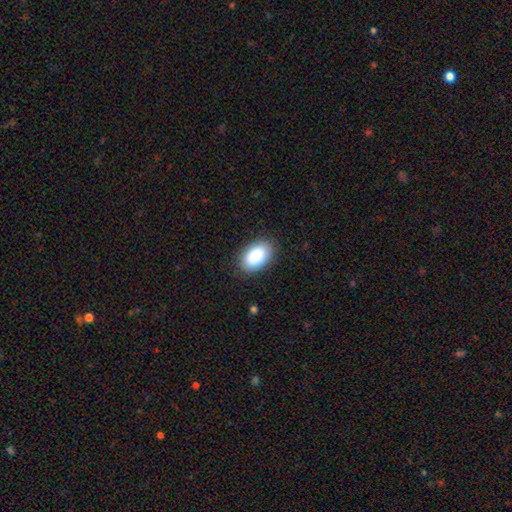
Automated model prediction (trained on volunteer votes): Morphology: type=smooth (86%); roundness=in between (91%); merging=none (86%).